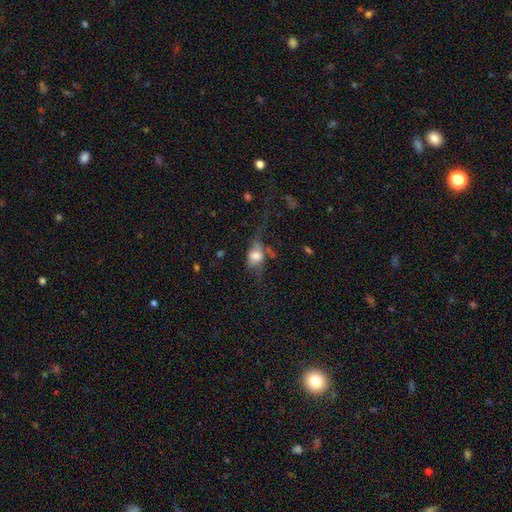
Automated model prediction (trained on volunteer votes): A smooth galaxy with no disk features (61%) that is in between round and cigar-shaped (72%).

Vote fractions:
- Smooth or featured? smooth: 61% / featured or disk: 28% / star or artifact: 11%
- How rounded? in between: 72% / round: 23% / cigar-shaped: 5%
- Merging? major disturbance: 40% / none: 32% / minor disturbance: 22% / merger: 6%